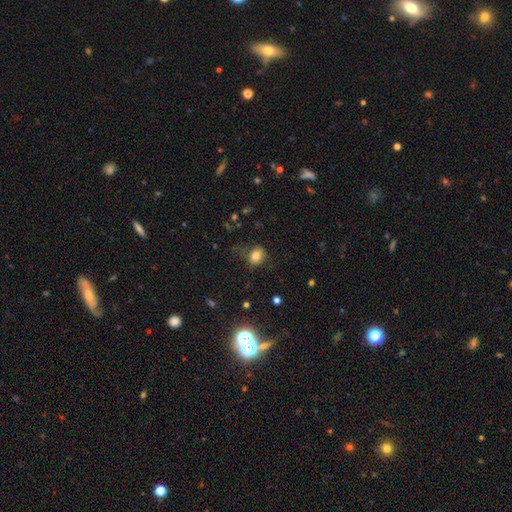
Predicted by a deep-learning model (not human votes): Smooth or featured? Predicted: smooth (p=0.79). How rounded? Predicted: in between (p=0.51). Merging? Predicted: none (p=0.60).